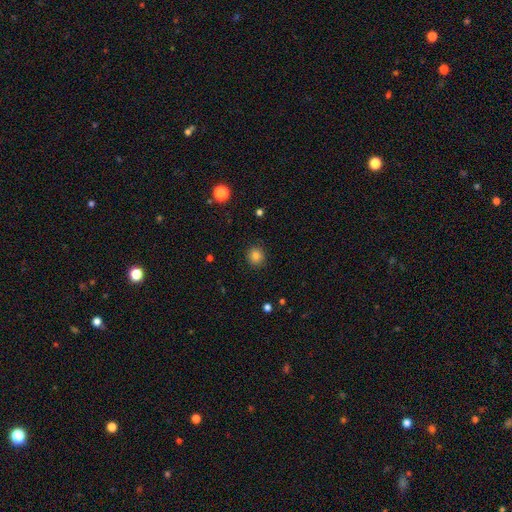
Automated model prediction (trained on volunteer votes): This is clearly a smooth galaxy (82%). How rounded: clearly round (90%). Merging: clearly none (90%).